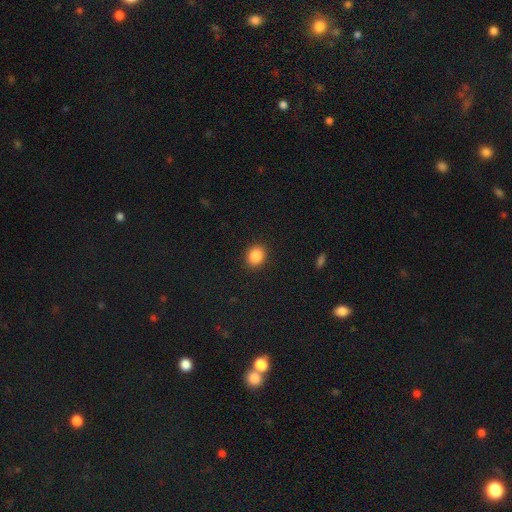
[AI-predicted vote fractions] smooth-or-featured: smooth: 87% | star or artifact: 10% | featured or disk: 4%
  how-rounded: round: 66% | in between: 33% | cigar-shaped: 1%
  merging: none: 90% | minor disturbance: 6% | major disturbance: 2% | merger: 1%